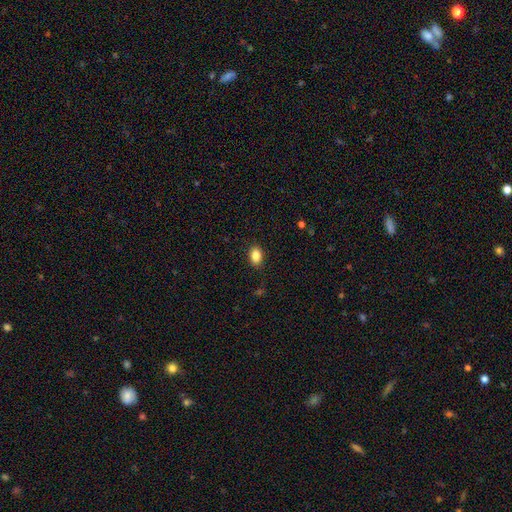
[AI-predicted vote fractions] Morphology: type=smooth (86%); roundness=in between (84%); merging=none (87%).